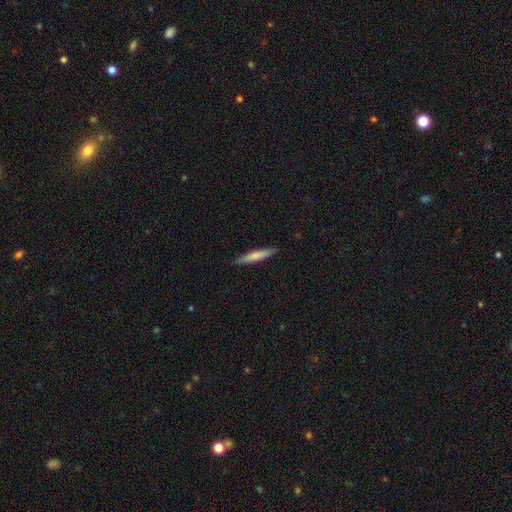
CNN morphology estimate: This is likely a smooth galaxy (72%). How rounded: clearly cigar-shaped (93%). Merging: clearly none (90%).